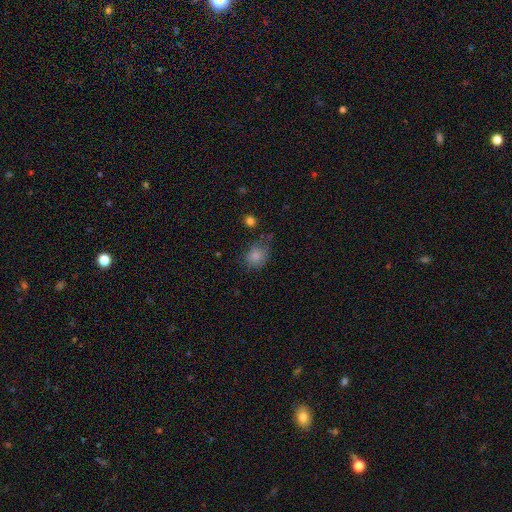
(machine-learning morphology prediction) This appears to be a smooth galaxy with no disk features (82%) that is round (59%). Merging: none (58%).